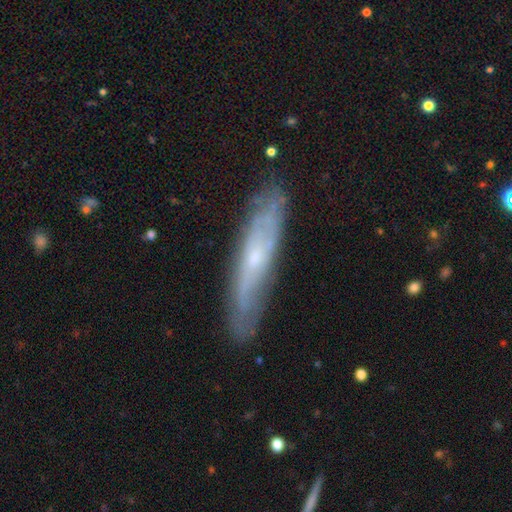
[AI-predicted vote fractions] Smooth or featured: featured or disk — 65% (smooth — 28%)
Edge-on disk: yes — 51% (no — 49%)
Merging: none — 80% (minor disturbance — 15%)